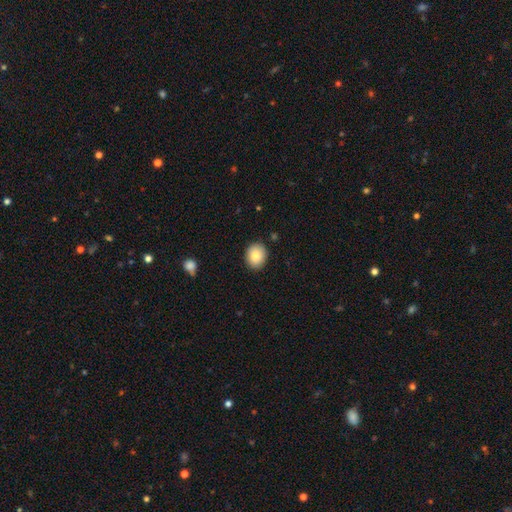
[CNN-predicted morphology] smooth_or_featured: smooth (p=0.86) [alt: star or artifact p=0.08]
how_rounded: round (p=0.55) [alt: in between p=0.44]
merging: none (p=0.88) [alt: minor disturbance p=0.09]